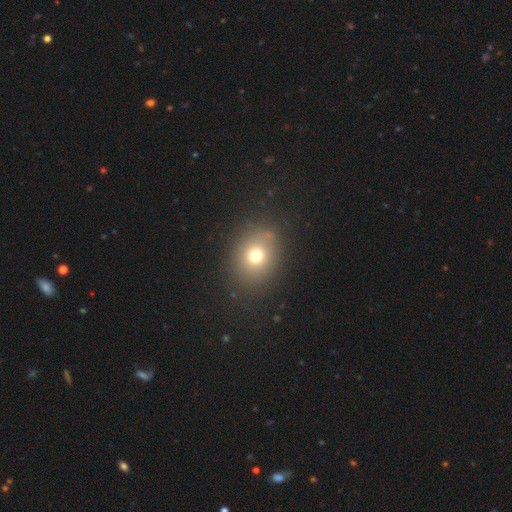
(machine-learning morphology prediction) The model was most divided on "how rounded": round: 58%, in between: 41%, cigar-shaped: 1%. More confident: merging — none (83%); smooth or featured — smooth (72%).